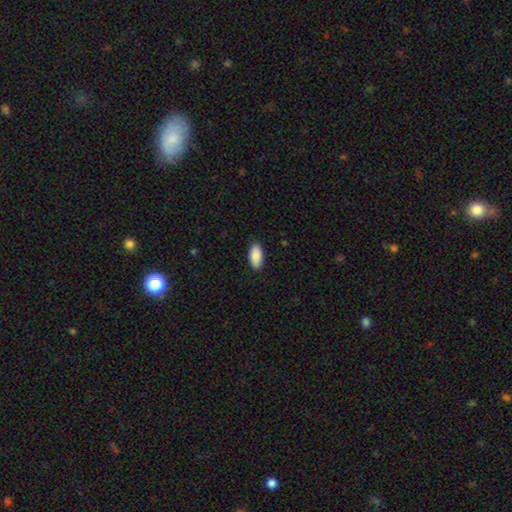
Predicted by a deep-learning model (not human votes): smooth-or-featured: smooth: 90% | star or artifact: 6% | featured or disk: 4%
  how-rounded: in between: 92% | cigar-shaped: 6% | round: 2%
  merging: none: 89% | minor disturbance: 8% | major disturbance: 2% | merger: 1%